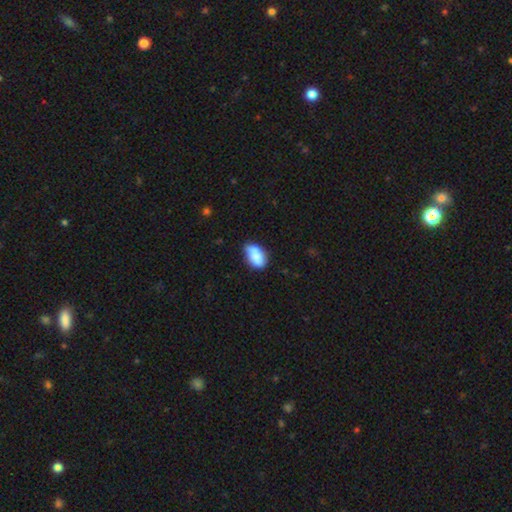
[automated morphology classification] The model was most divided on "merging": none: 56%, minor disturbance: 30%, merger: 8%, major disturbance: 6%. More confident: how rounded — in between (91%); smooth or featured — smooth (79%).